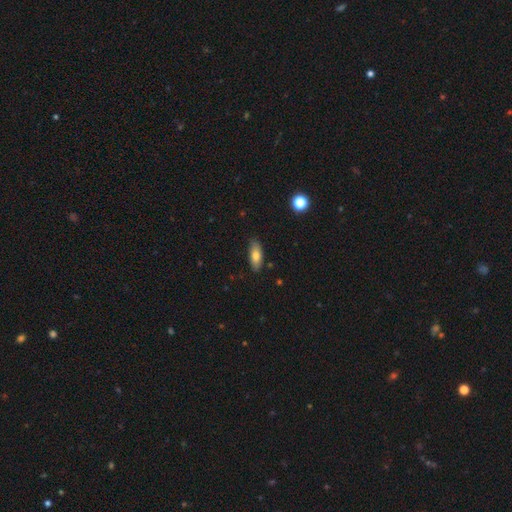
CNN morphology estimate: Overall: smooth (75%). How rounded: in between (75%). Merging: none (85%).